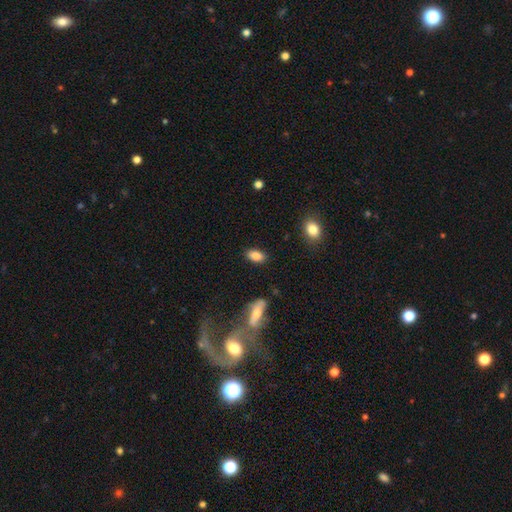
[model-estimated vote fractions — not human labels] A smooth galaxy with no disk features (85%) that is in between round and cigar-shaped (89%). Merging: none (86%).